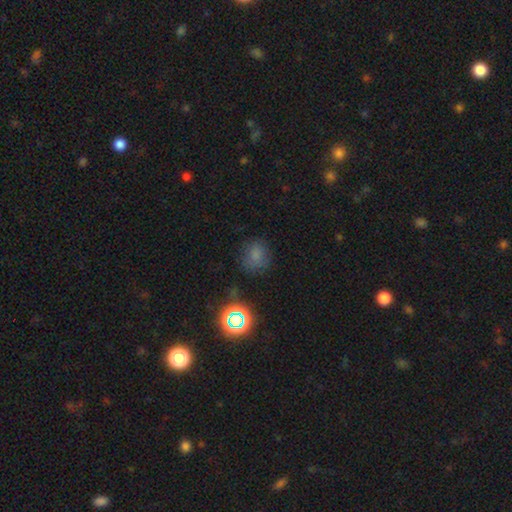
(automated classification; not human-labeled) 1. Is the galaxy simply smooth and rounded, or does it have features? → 67% smooth, 24% star or artifact, 8% featured or disk.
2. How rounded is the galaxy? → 71% round, 28% in between, 1% cigar-shaped.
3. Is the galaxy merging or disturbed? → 71% none, 19% minor disturbance, 7% major disturbance, 3% merger.